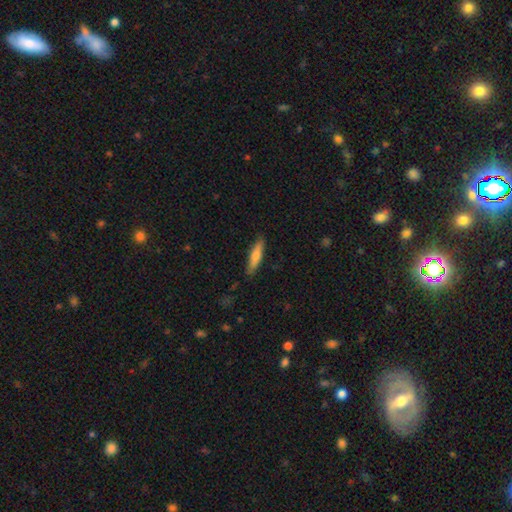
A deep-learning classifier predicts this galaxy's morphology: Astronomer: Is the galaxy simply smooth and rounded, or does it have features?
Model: smooth — 63%.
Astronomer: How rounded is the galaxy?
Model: cigar-shaped — 82%.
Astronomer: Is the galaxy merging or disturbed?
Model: none — 88%.